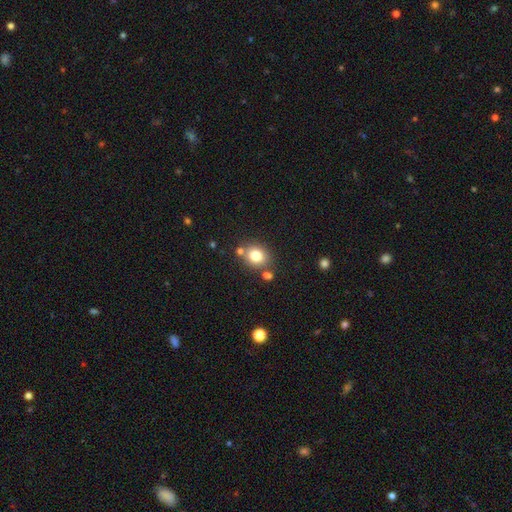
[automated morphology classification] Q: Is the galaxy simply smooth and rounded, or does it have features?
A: smooth — 80%.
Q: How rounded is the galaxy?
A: round — 66%.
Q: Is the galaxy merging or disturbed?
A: none — 74%.